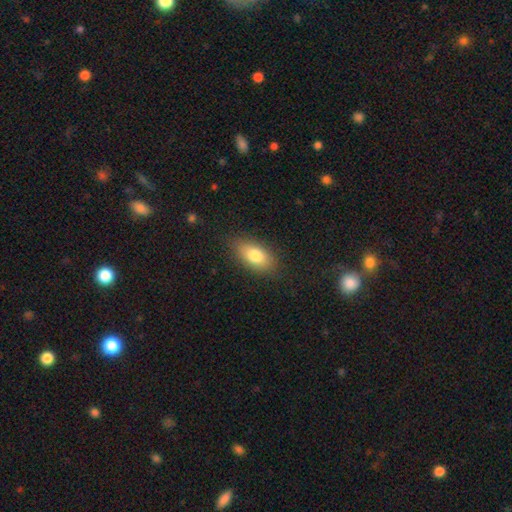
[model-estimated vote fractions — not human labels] This is likely a smooth galaxy (79%). How rounded: clearly in between (87%). Merging: clearly none (84%).